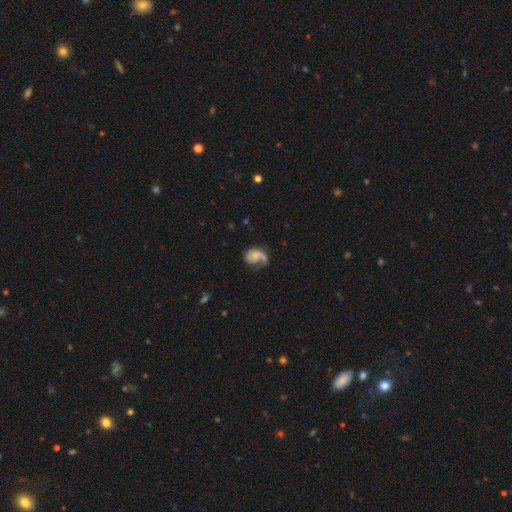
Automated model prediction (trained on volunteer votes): This is possibly a featured or disk galaxy (53%). It is clearly not viewed edge-on (98%). Bar: likely no (76%). Spiral arm pattern: likely yes (80%). Central bulge: marginally small (44%). Merging: marginally none (36%).